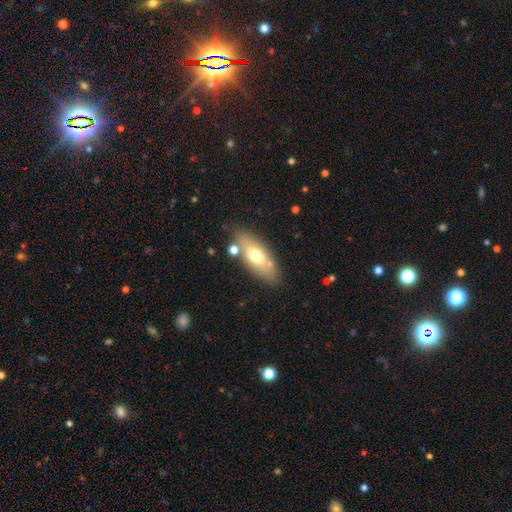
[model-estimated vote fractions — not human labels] Smooth or featured? Predicted: smooth (p=0.62). How rounded? Predicted: in between (p=0.75). Merging? Predicted: none (p=0.76).